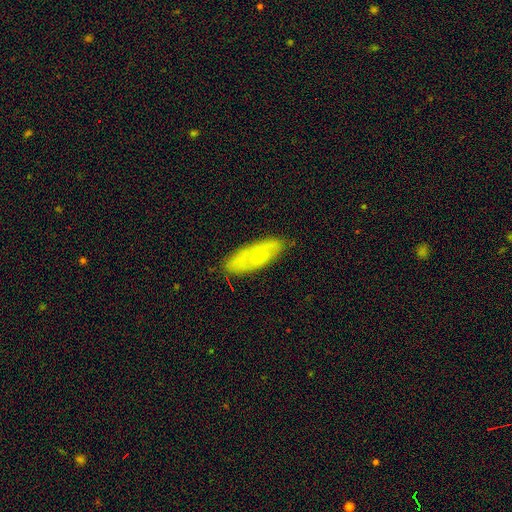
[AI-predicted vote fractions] The model was most divided on "smooth or featured": smooth: 56%, featured or disk: 37%, star or artifact: 8%. More confident: merging — none (76%); how rounded — in between (63%).